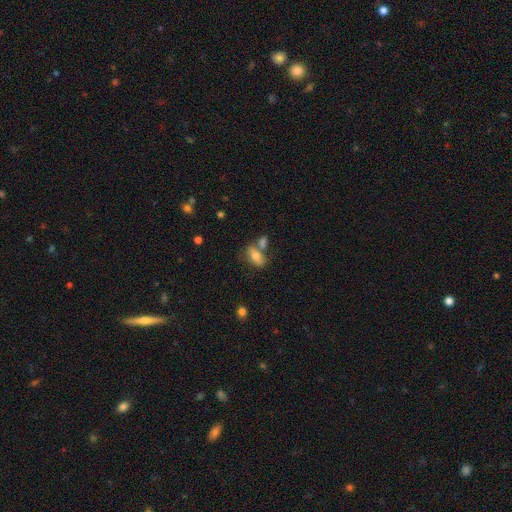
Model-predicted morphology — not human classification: smooth-or-featured: smooth: 69% | featured or disk: 21% | star or artifact: 10%
  how-rounded: in between: 83% | round: 10% | cigar-shaped: 7%
  merging: none: 46% | merger: 33% | minor disturbance: 14% | major disturbance: 7%